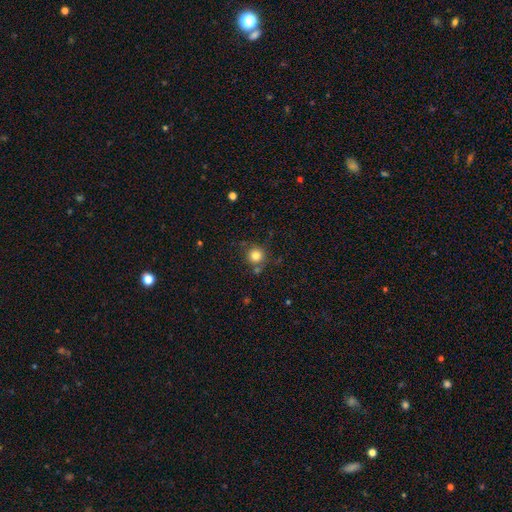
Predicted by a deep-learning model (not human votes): Smooth or featured? Predicted: smooth (p=0.81). How rounded? Predicted: round (p=0.94). Merging? Predicted: none (p=0.78).